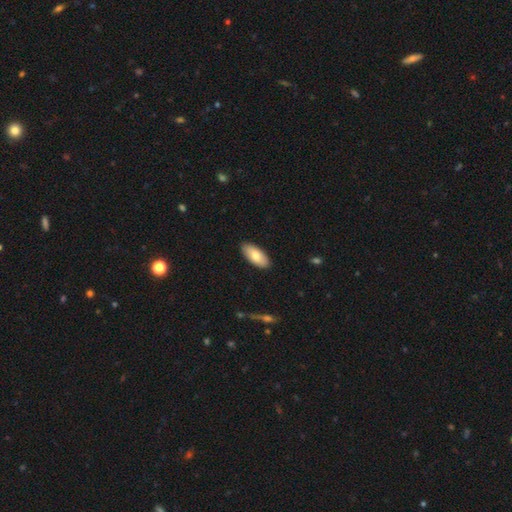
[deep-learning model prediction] A smooth galaxy with no disk features (77%) that is in between round and cigar-shaped (89%).

Vote fractions:
- Smooth or featured? smooth: 77% / featured or disk: 18% / star or artifact: 6%
- How rounded? in between: 89% / cigar-shaped: 9% / round: 2%
- Merging? none: 89% / minor disturbance: 9% / major disturbance: 2% / merger: 1%